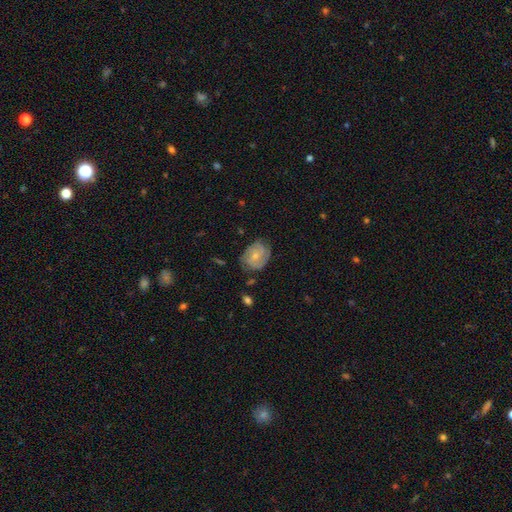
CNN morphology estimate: Smooth or featured? Predicted: featured or disk (p=0.64). Edge-on disk? Predicted: no (p=0.97). Bar? Predicted: no (p=0.72). Spiral arms? Predicted: yes (p=0.89). Spiral winding? Predicted: tight (p=0.56). Spiral arm count? Predicted: 2 (p=0.38). Bulge size? Predicted: small (p=0.59). Merging? Predicted: none (p=0.68).